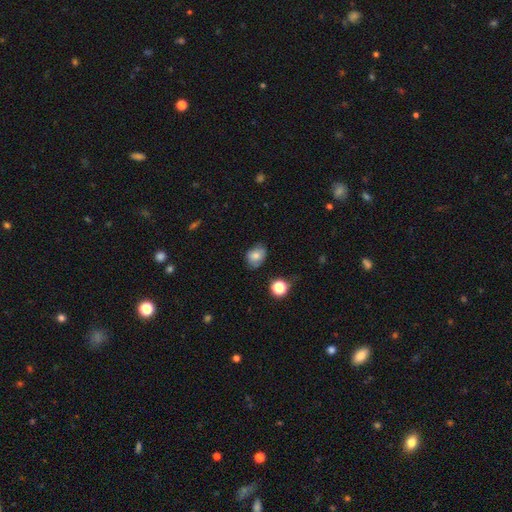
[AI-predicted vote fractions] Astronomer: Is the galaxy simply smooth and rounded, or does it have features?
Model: smooth — 75%.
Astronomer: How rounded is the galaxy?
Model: in between — 59% (runner-up: round, 40%).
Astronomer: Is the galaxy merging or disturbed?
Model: none — 66%.